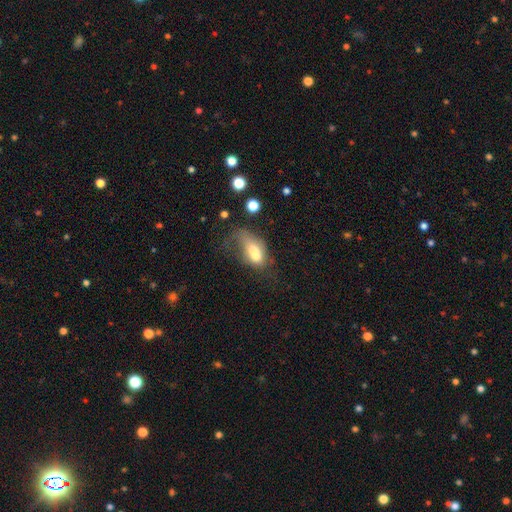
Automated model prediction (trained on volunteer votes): smooth_or_featured: smooth (p=0.60) [alt: featured or disk p=0.28]
how_rounded: in between (p=0.83) [alt: cigar-shaped p=0.10]
merging: major disturbance (p=0.39) [alt: minor disturbance p=0.22]